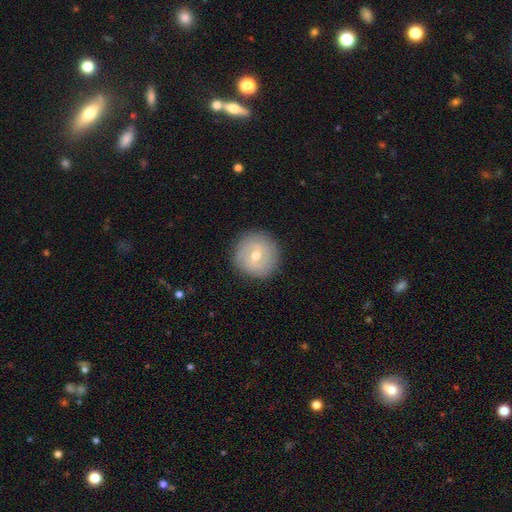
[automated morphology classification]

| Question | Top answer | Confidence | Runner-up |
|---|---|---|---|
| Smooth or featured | featured or disk | 50% | smooth (40%) |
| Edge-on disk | no | 96% | yes (4%) |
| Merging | none | 88% | minor disturbance (9%) |